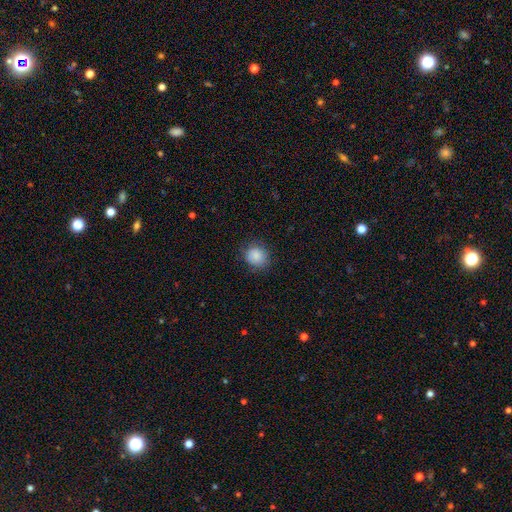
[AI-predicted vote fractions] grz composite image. It shows a smooth galaxy with no disk features (87%) that is round (83%). Merging: none (81%).